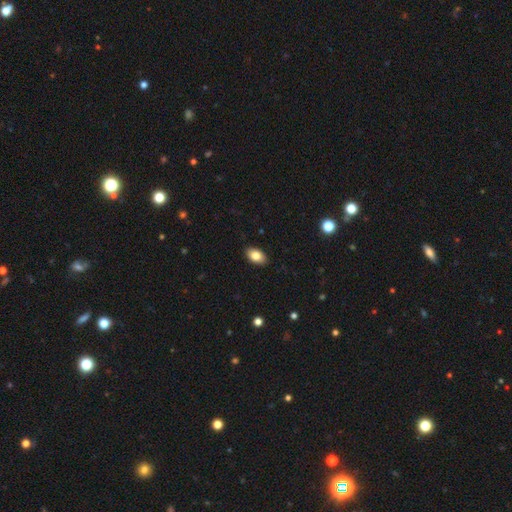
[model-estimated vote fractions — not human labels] This appears to be a smooth galaxy with no disk features (84%) that is in between round and cigar-shaped (91%). Merging: none (89%).